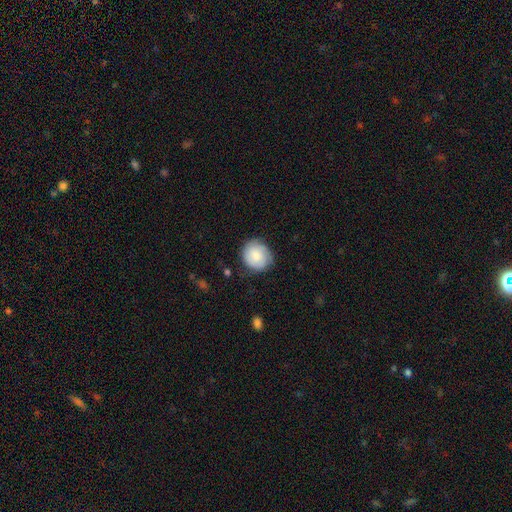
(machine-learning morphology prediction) This is likely a smooth galaxy (73%). How rounded: likely round (80%). Merging: likely none (74%).